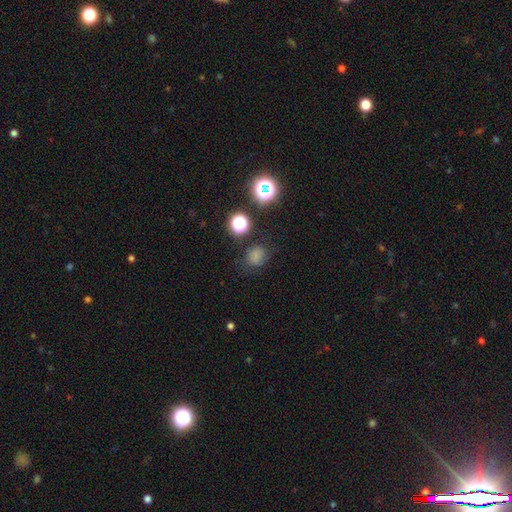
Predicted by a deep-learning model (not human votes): smooth_or_featured: smooth (p=0.69) [alt: star or artifact p=0.22]
how_rounded: round (p=0.72) [alt: in between p=0.27]
merging: none (p=0.70) [alt: minor disturbance p=0.19]